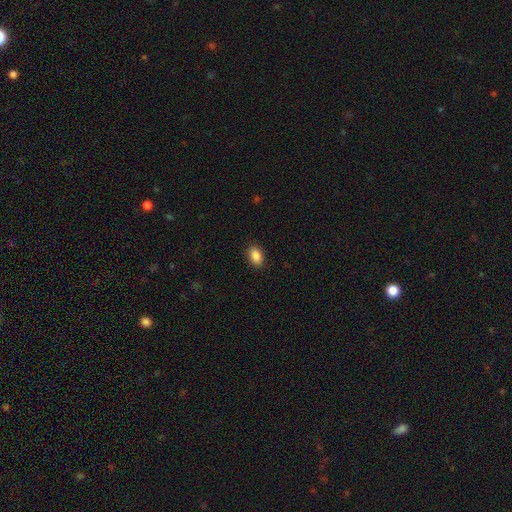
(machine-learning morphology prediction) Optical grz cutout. It shows a smooth galaxy with no disk features (88%) that is in between round and cigar-shaped (83%). Merging: none (89%).